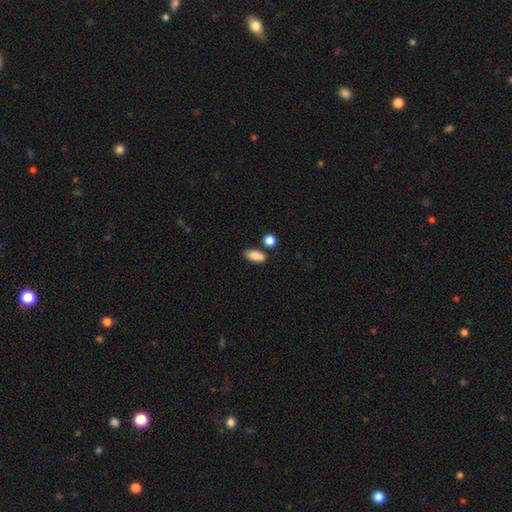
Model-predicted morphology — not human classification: Smooth or featured?
  - smooth: 86% *
  - star or artifact: 8%
  - featured or disk: 6%
How rounded?
  - in between: 87% *
  - cigar-shaped: 7%
  - round: 6%
Merging?
  - none: 67% *
  - minor disturbance: 16%
  - merger: 13%
  - major disturbance: 4%